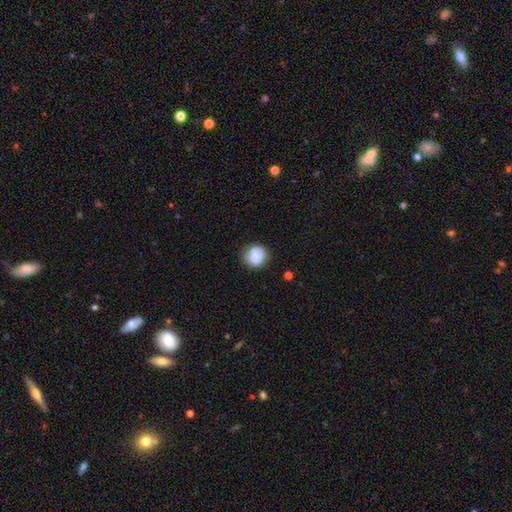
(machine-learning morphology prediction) Smooth or featured? Predicted: smooth (p=0.78). How rounded? Predicted: round (p=0.90). Merging? Predicted: none (p=0.78).